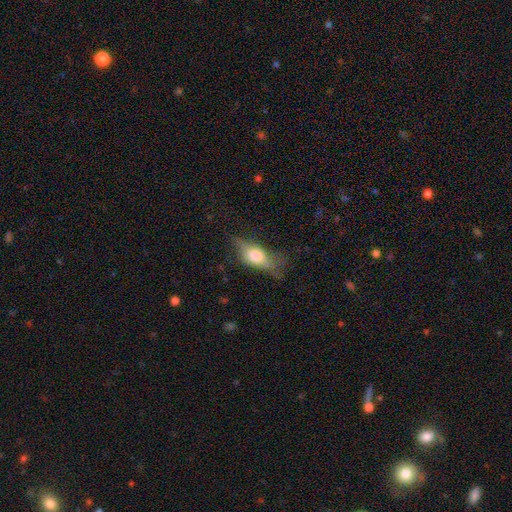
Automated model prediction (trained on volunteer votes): Morphology: type=smooth (58%); roundness=in between (74%); merging=none (51%).